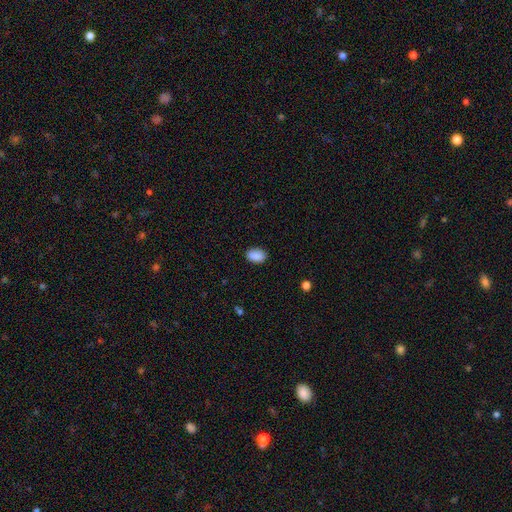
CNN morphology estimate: This appears to be a smooth galaxy with no disk features (89%) that is in between round and cigar-shaped (89%). Merging: none (86%).